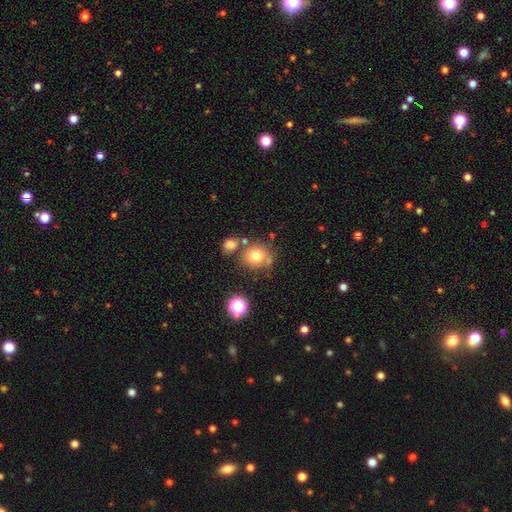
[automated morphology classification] type=smooth (75%); roundness=round (82%); merging=none (64%).